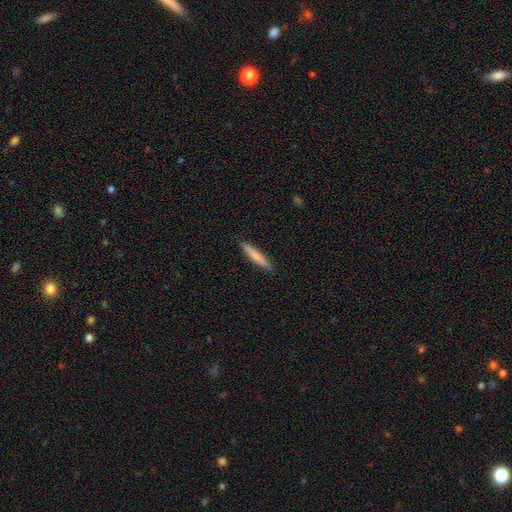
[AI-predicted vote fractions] Overall: smooth (75%). How rounded: cigar-shaped (94%). Merging: none (91%).